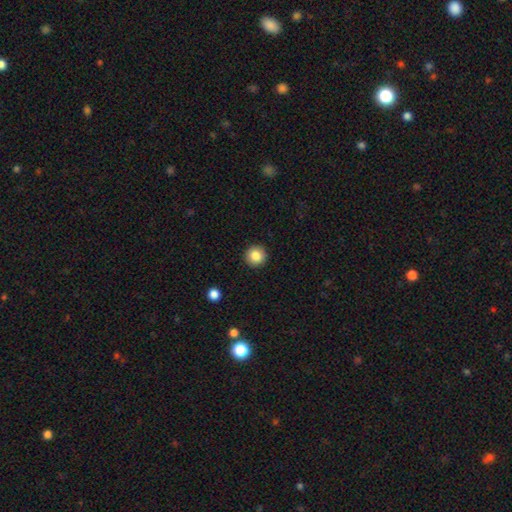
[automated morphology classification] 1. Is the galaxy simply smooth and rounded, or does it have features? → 84% smooth, 10% star or artifact, 6% featured or disk.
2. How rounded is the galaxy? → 95% round, 4% in between, 1% cigar-shaped.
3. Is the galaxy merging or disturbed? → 93% none, 5% minor disturbance, 2% major disturbance, 1% merger.